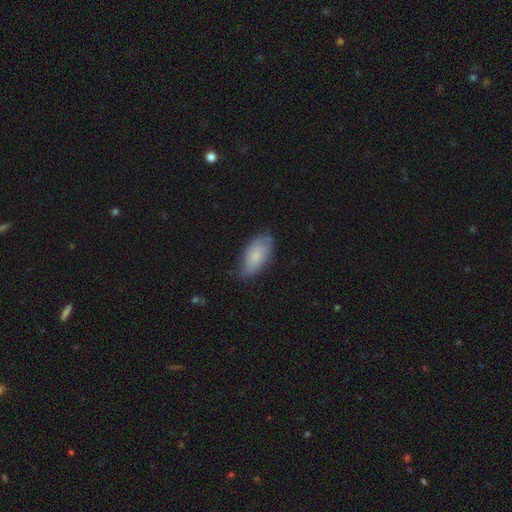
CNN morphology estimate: This is likely a smooth galaxy (73%). How rounded: clearly in between (91%). Merging: likely none (66%).